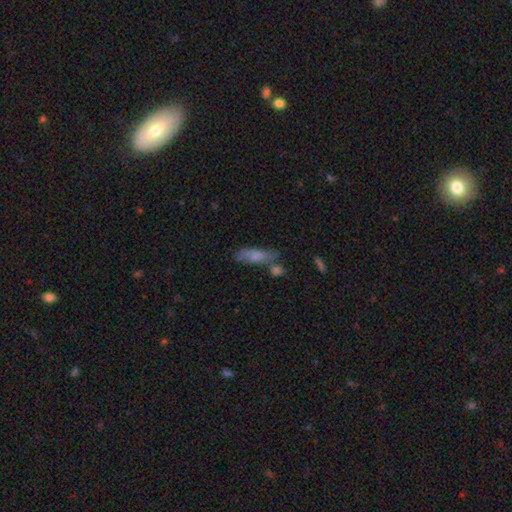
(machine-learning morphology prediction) A smooth galaxy with no disk features (70%) that is in between round and cigar-shaped (52%).

Vote fractions:
- Smooth or featured? smooth: 70% / featured or disk: 22% / star or artifact: 8%
- How rounded? in between: 52% / cigar-shaped: 45% / round: 3%
- Merging? none: 54% / minor disturbance: 21% / merger: 17% / major disturbance: 8%